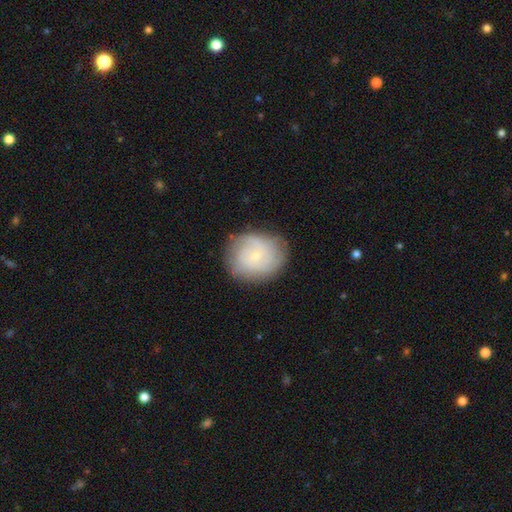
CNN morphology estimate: Smooth or featured?
  - featured or disk: 57% *
  - smooth: 35%
  - star or artifact: 8%
Edge-on disk?
  - no: 98% *
  - yes: 2%
Bar?
  - no: 73% *
  - weak: 24%
  - strong: 3%
Spiral arms?
  - yes: 86% *
  - no: 14%
Bulge size?
  - small: 82% *
  - moderate: 13%
  - none: 3%
  - large: 1%
  - dominant: 1%
Merging?
  - none: 78% *
  - minor disturbance: 16%
  - major disturbance: 5%
  - merger: 1%